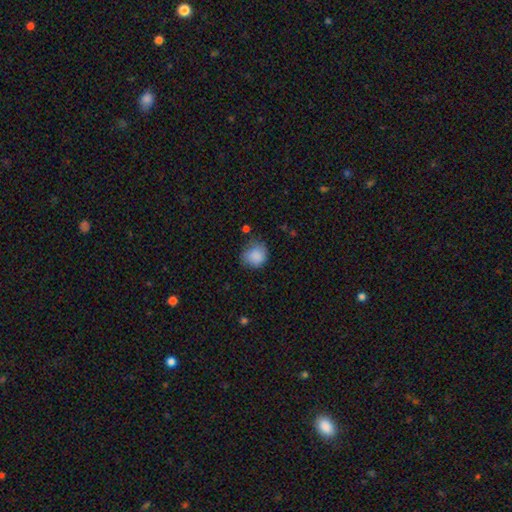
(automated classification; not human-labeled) A smooth galaxy with no disk features (85%) that is round (77%). Merging: none (59%).